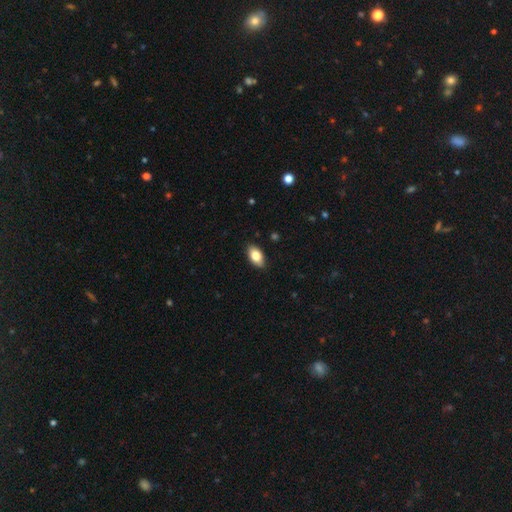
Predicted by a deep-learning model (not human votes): A smooth galaxy with no disk features (81%) that is in between round and cigar-shaped (92%). Merging: none (88%).